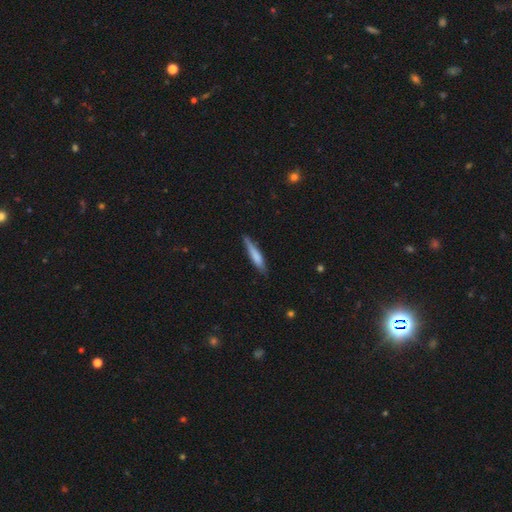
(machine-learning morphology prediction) This is likely a smooth galaxy (68%). How rounded: clearly cigar-shaped (89%). Merging: likely none (76%).